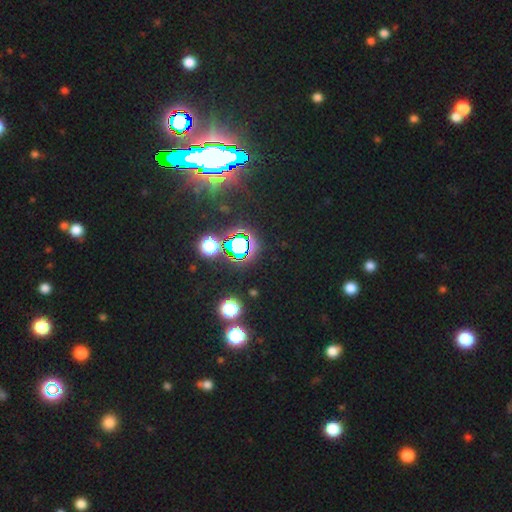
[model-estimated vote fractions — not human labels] Overall: star or artifact (83%).